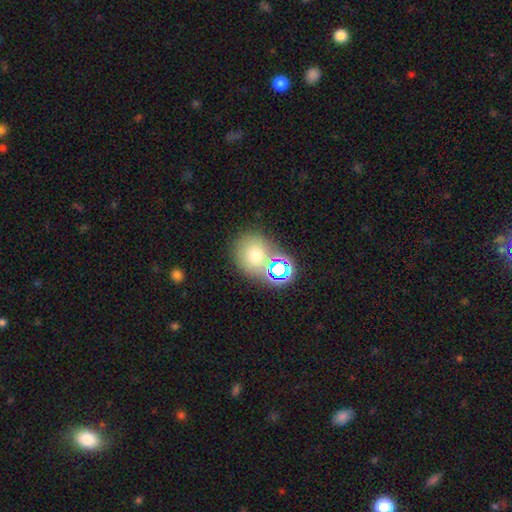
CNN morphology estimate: Smooth or featured? smooth (67%)
How rounded? round (79%)
Merging? none (61%)